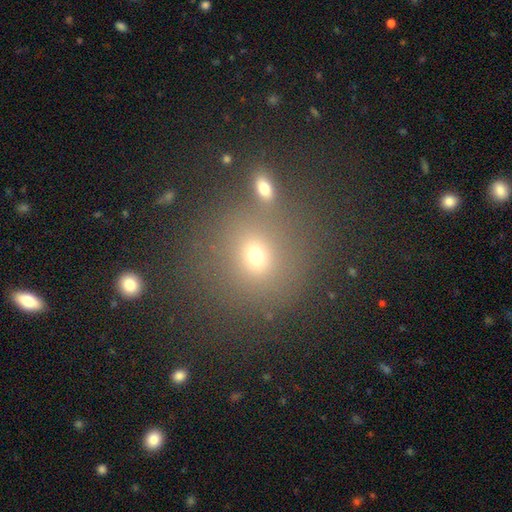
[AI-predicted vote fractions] This is likely a smooth galaxy (64%). How rounded: clearly round (86%). Merging: likely none (75%).